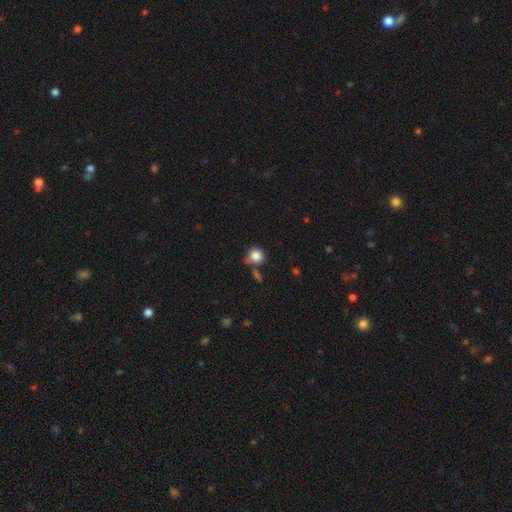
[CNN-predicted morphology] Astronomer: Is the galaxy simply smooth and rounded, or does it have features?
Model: smooth — 84%.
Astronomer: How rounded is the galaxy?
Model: round — 91%.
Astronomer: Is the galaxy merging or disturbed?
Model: none — 67%.